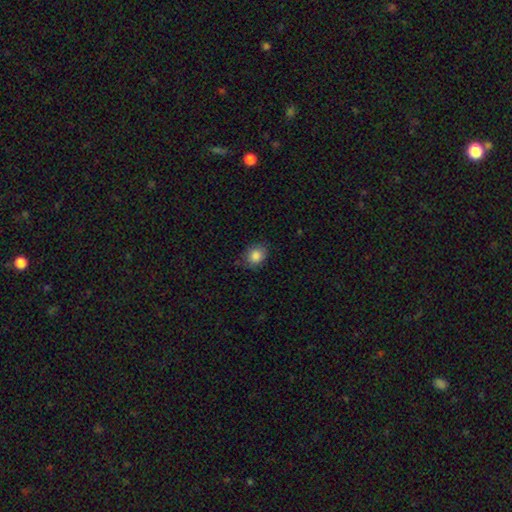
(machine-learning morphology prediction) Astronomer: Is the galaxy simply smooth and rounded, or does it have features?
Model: smooth — 86%.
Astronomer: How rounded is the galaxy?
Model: round — 59% (runner-up: in between, 41%).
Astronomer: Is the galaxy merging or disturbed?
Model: none — 78%.